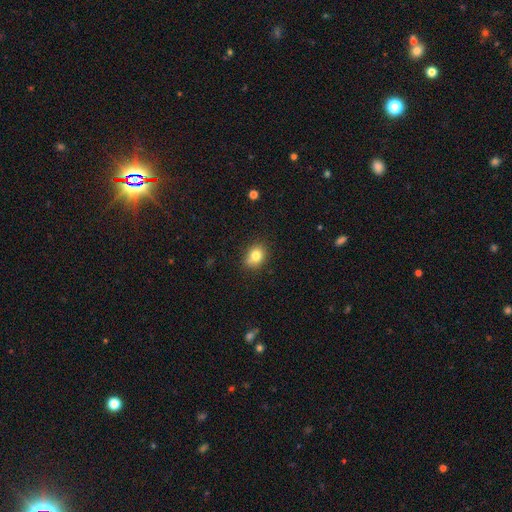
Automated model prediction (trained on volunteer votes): Smooth or featured? Predicted: smooth (p=0.80). How rounded? Predicted: in between (p=0.52). Merging? Predicted: none (p=0.76).